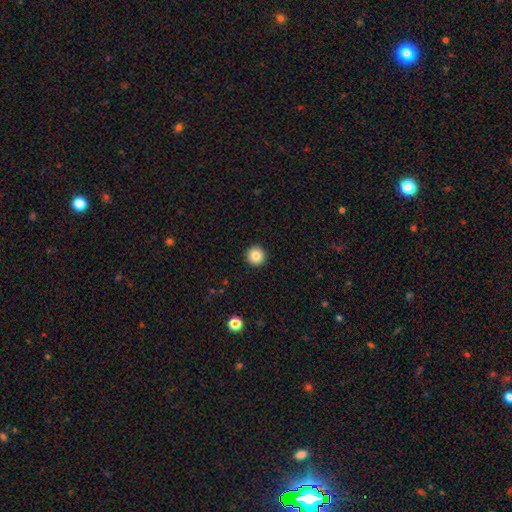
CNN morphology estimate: smooth 85%, star or artifact 9%, featured or disk 6%. Down the decision tree: how rounded — round (96%); merging — none (93%).